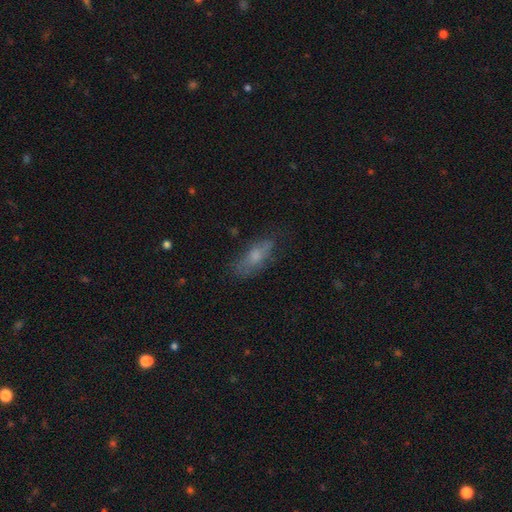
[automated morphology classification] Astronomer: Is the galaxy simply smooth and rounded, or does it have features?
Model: smooth — 62%.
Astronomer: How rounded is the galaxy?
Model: in between — 69%.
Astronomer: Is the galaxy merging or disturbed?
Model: none — 64%.